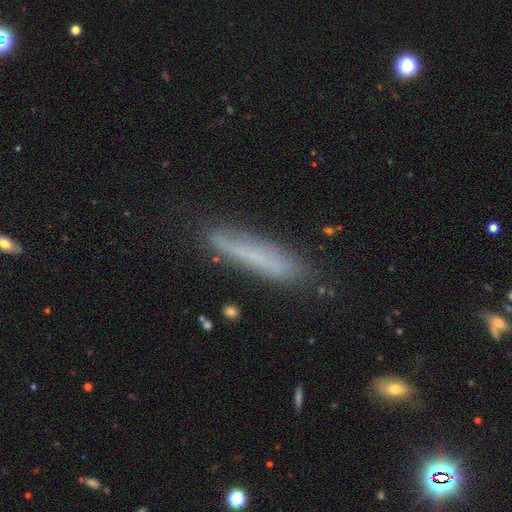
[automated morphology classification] smooth_or_featured: smooth (p=0.56) [alt: featured or disk p=0.35]
how_rounded: cigar-shaped (p=0.90) [alt: in between p=0.08]
merging: none (p=0.76) [alt: minor disturbance p=0.18]